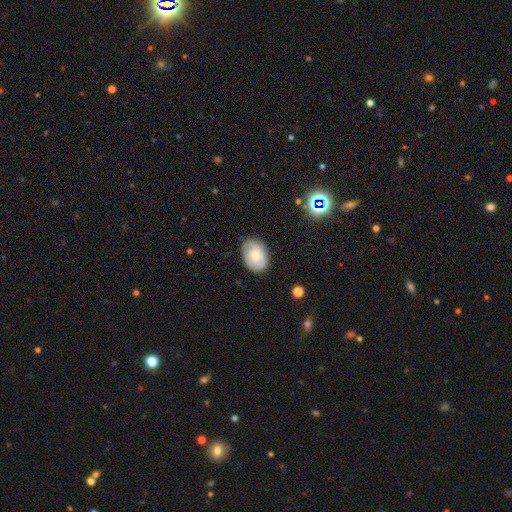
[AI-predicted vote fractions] Overall: smooth (65%; featured or disk 27%). How rounded: in between (78%). Merging: none (75%).